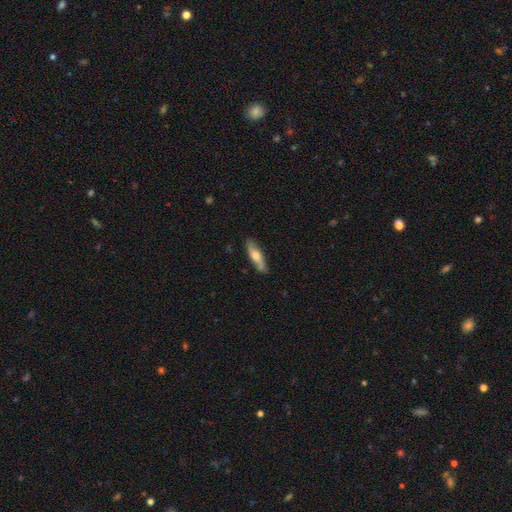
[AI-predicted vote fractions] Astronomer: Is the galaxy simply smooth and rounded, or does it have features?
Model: smooth — 56% (runner-up: featured or disk, 39%).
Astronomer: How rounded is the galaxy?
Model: cigar-shaped — 62%.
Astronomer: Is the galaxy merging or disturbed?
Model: none — 83%.